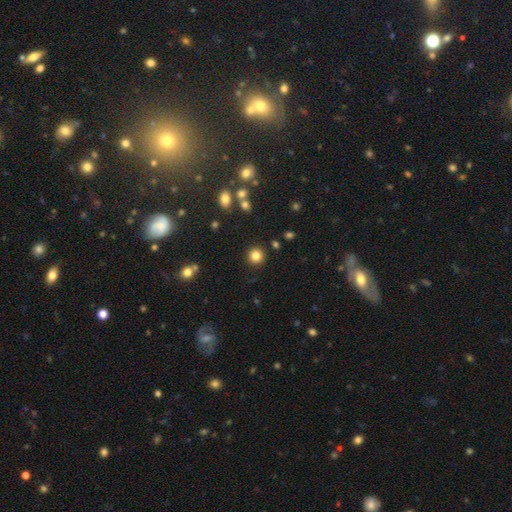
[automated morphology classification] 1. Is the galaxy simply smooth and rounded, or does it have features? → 83% smooth, 11% star or artifact, 5% featured or disk.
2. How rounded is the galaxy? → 93% round, 6% in between, 1% cigar-shaped.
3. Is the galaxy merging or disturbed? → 90% none, 5% minor disturbance, 2% merger, 2% major disturbance.